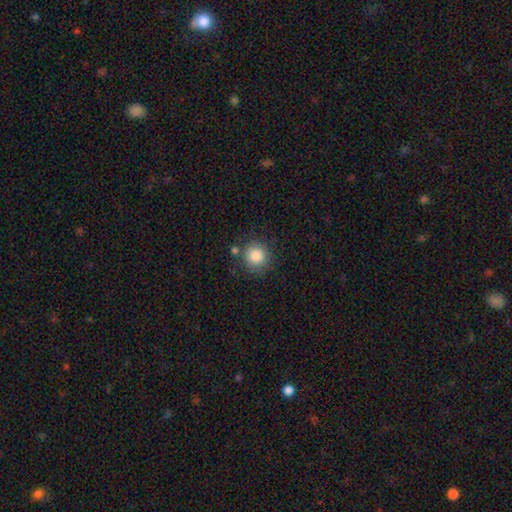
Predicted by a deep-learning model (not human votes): A smooth galaxy with no disk features (86%) that is round (93%).

Vote fractions:
- Smooth or featured? smooth: 86% / star or artifact: 9% / featured or disk: 5%
- How rounded? round: 93% / in between: 6% / cigar-shaped: 1%
- Merging? none: 81% / minor disturbance: 10% / merger: 6% / major disturbance: 4%